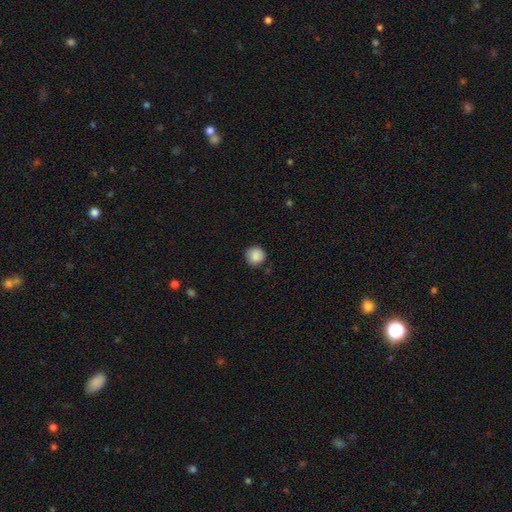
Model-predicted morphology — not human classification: This appears to be a smooth galaxy with no disk features (88%) that is round (94%). Merging: none (88%).